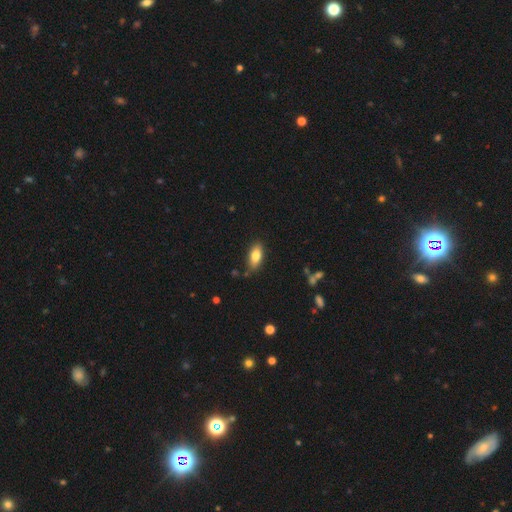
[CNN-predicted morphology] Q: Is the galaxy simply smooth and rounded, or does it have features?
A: smooth — 80%.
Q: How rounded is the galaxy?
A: in between — 87%.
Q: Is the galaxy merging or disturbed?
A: none — 79%.